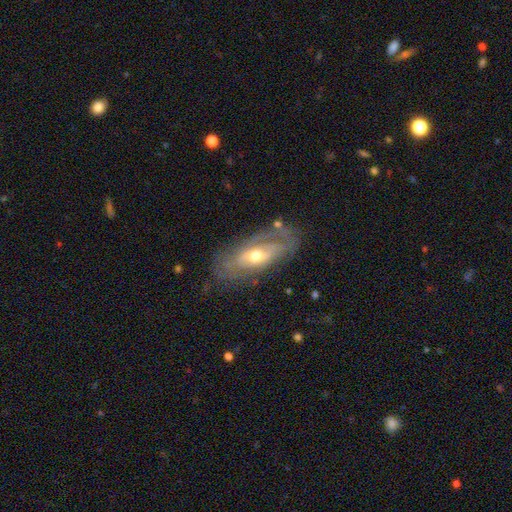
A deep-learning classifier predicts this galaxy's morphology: This appears to be a featured or disk galaxy (73%) with no bar (58%), spiral arms (65%) and a moderate central bulge (67%). Merging: none (67%).